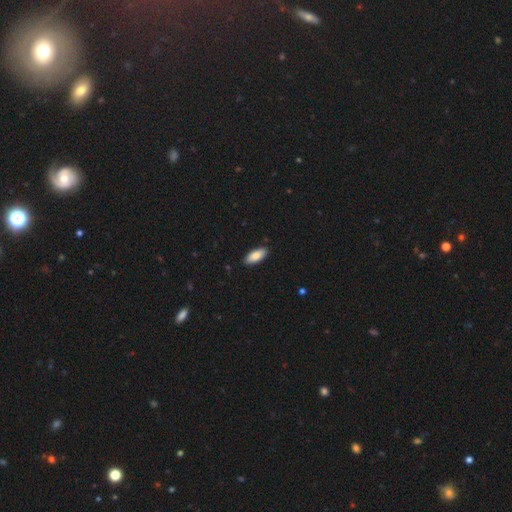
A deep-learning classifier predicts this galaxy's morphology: The model was most divided on "how rounded": in between: 83%, cigar-shaped: 15%, round: 2%. More confident: merging — none (89%); smooth or featured — smooth (85%).